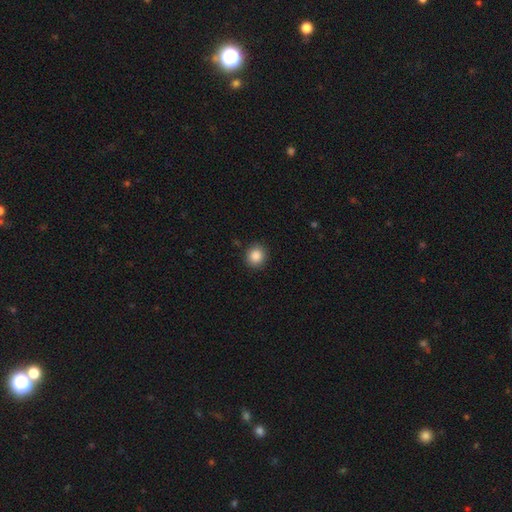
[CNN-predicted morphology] This appears to be a smooth galaxy with no disk features (87%) that is round (87%). Merging: none (89%).